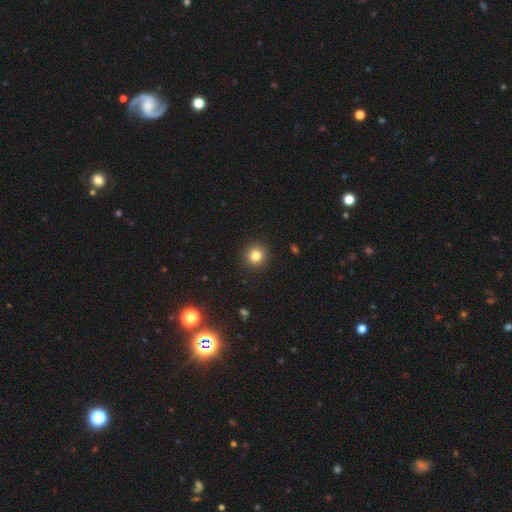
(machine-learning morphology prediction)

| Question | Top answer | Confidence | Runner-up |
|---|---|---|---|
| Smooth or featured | smooth | 82% | star or artifact (12%) |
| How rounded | round | 94% | in between (6%) |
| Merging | none | 92% | minor disturbance (5%) |